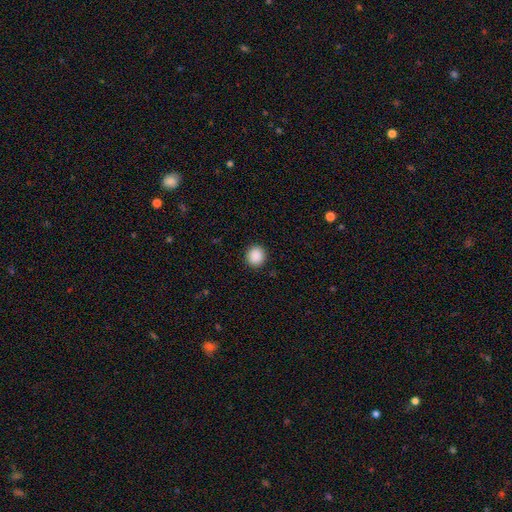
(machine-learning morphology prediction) Smooth or featured: smooth — 89% (star or artifact — 8%)
How rounded: round — 87% (in between — 12%)
Merging: none — 92% (minor disturbance — 6%)